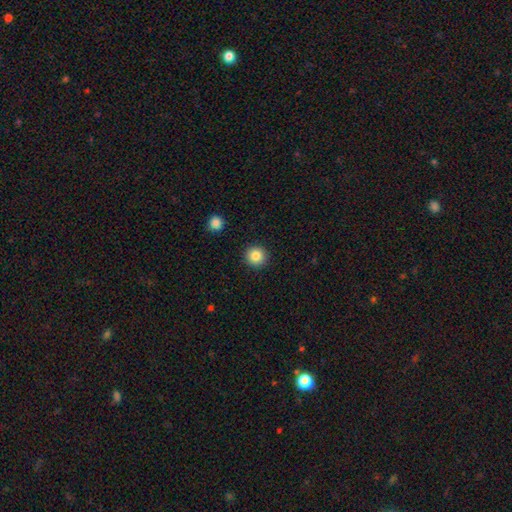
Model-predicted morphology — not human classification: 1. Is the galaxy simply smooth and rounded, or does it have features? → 85% smooth, 10% star or artifact, 5% featured or disk.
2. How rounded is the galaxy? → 94% round, 5% in between, 1% cigar-shaped.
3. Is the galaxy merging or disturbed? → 92% none, 5% minor disturbance, 2% major disturbance, 1% merger.